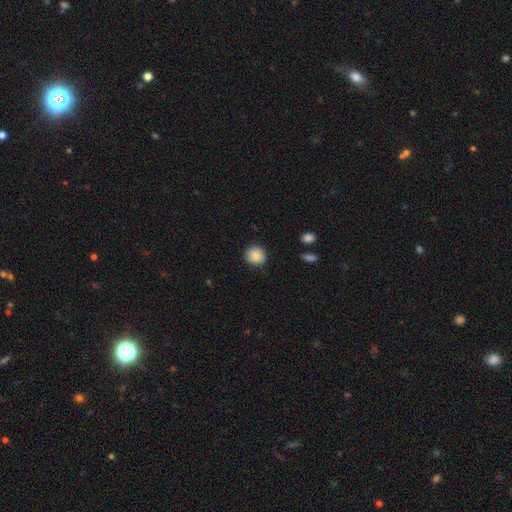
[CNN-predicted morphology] A smooth galaxy with no disk features (83%) that is round (86%). Merging: none (82%).